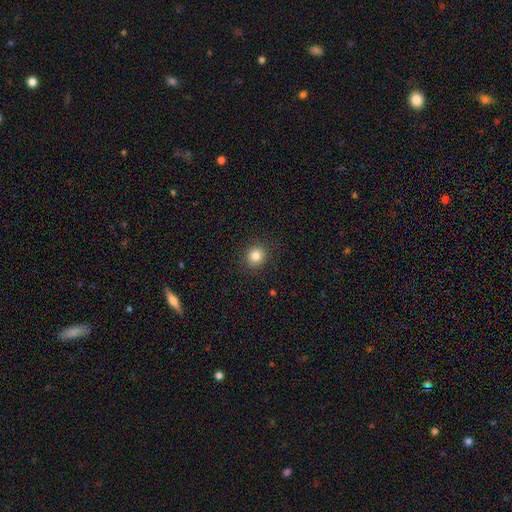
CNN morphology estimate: This appears to be a smooth galaxy with no disk features (83%) that is round (87%). Merging: none (90%).